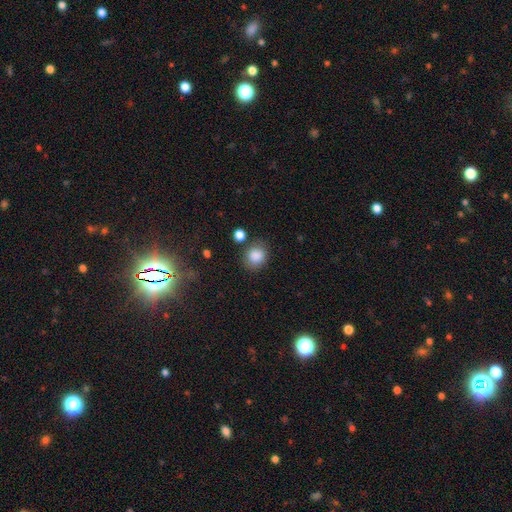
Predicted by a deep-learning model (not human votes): Smooth or featured?
  - smooth: 86% *
  - star or artifact: 9%
  - featured or disk: 5%
How rounded?
  - round: 72% *
  - in between: 27%
  - cigar-shaped: 1%
Merging?
  - none: 75% *
  - minor disturbance: 14%
  - merger: 6%
  - major disturbance: 5%